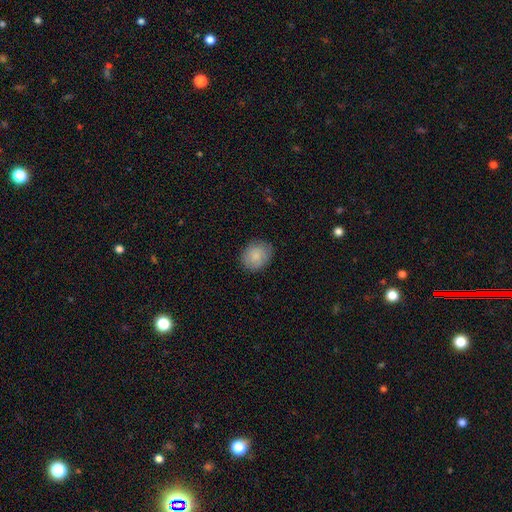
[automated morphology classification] A smooth galaxy with no disk features (85%) that is round (57%).

Vote fractions:
- Smooth or featured? smooth: 85% / featured or disk: 8% / star or artifact: 7%
- How rounded? round: 57% / in between: 42% / cigar-shaped: 1%
- Merging? none: 84% / minor disturbance: 12% / major disturbance: 3% / merger: 1%